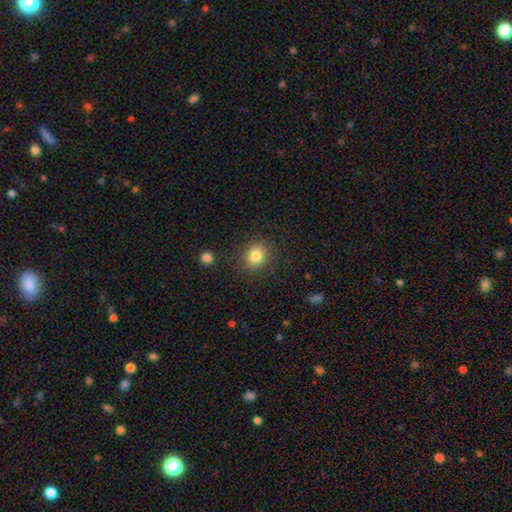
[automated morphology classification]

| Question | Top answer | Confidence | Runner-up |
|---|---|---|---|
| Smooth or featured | smooth | 83% | star or artifact (11%) |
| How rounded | round | 75% | in between (24%) |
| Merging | none | 85% | minor disturbance (9%) |